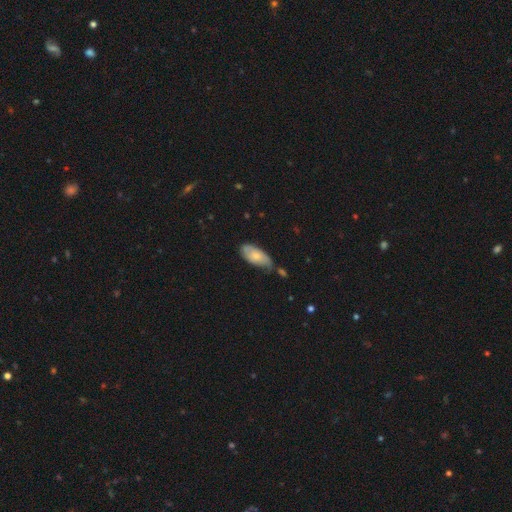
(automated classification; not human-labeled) Smooth or featured: smooth — 63% (featured or disk — 30%)
How rounded: in between — 89% (cigar-shaped — 9%)
Merging: none — 45% (minor disturbance — 37%)